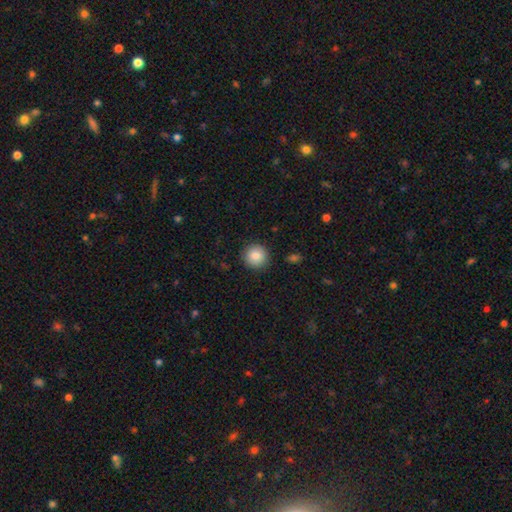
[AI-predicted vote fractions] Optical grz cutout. It shows a smooth galaxy with no disk features (87%) that is round (94%). Merging: none (90%).